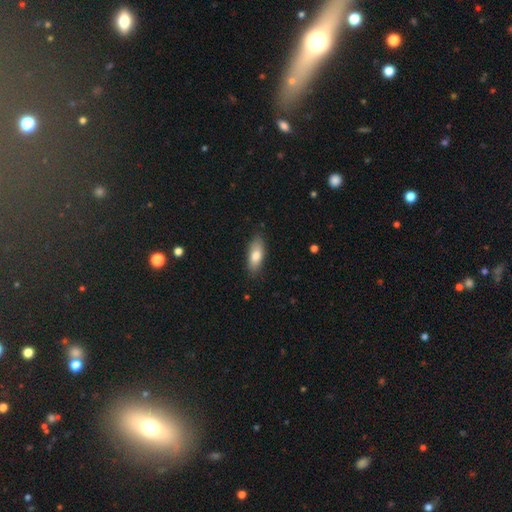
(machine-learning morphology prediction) This is likely a smooth galaxy (80%). How rounded: likely in between (77%). Merging: clearly none (84%).